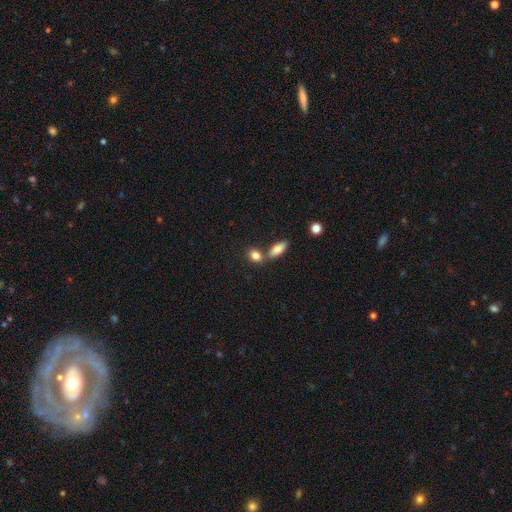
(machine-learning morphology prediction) smooth-or-featured: smooth: 84% | star or artifact: 8% | featured or disk: 8%
  how-rounded: in between: 74% | round: 20% | cigar-shaped: 6%
  merging: none: 55% | merger: 32% | minor disturbance: 11% | major disturbance: 3%